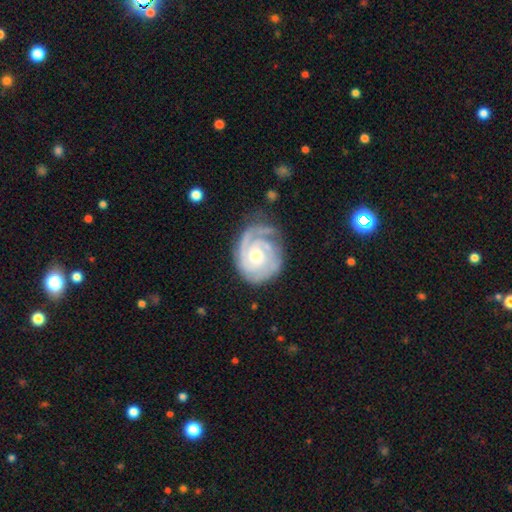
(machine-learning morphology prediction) A featured or disk galaxy (89%) with no bar (70%), 3 (33%) tight (74%) spiral arms (98%) and a moderate central bulge (61%).

Vote fractions:
- Smooth or featured? featured or disk: 89% / smooth: 7% / star or artifact: 4%
- Edge-on disk? no: 98% / yes: 2%
- Bar? no: 70% / weak: 25% / strong: 5%
- Spiral arms? yes: 98% / no: 2%
- Spiral winding? tight: 74% / medium: 22% / loose: 4%
- Spiral arm count? 3: 33% / 2: 32% / can't tell: 17% / 1: 7% / 4: 6% / more than 4: 4%
- Bulge size? moderate: 61% / small: 34% / large: 3% / none: 1% / dominant: 1%
- Merging? none: 68% / minor disturbance: 22% / major disturbance: 9% / merger: 2%